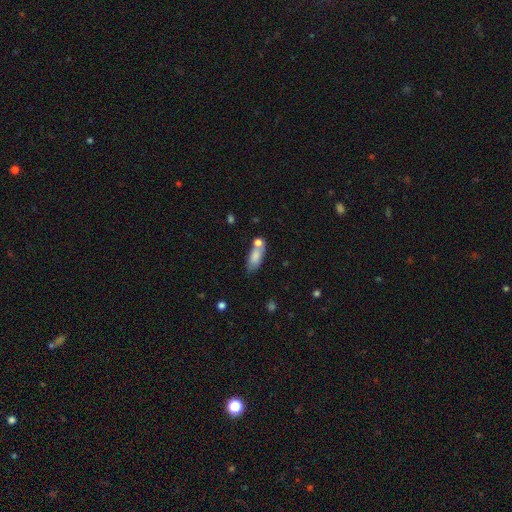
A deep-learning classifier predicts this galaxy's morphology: smooth-or-featured: smooth: 79% | featured or disk: 14% | star or artifact: 8%
  how-rounded: in between: 78% | cigar-shaped: 18% | round: 3%
  merging: none: 50% | merger: 26% | minor disturbance: 18% | major disturbance: 6%